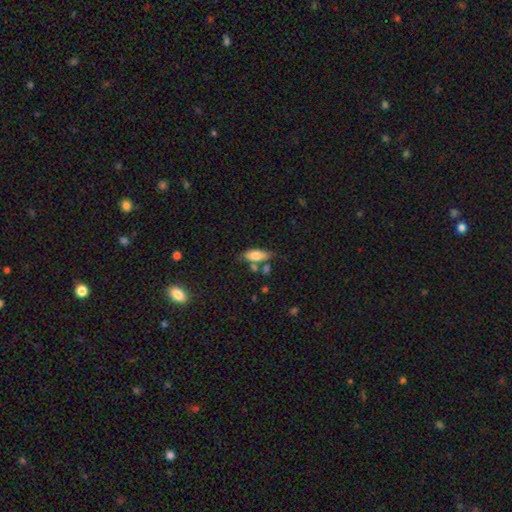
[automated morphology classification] Smooth or featured? smooth (73%)
How rounded? in between (68%)
Merging? none (59%)